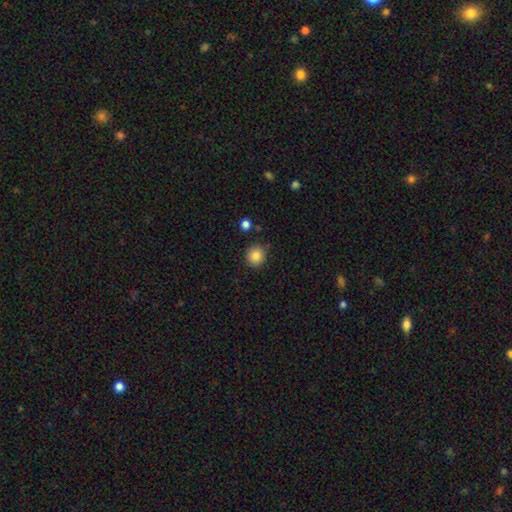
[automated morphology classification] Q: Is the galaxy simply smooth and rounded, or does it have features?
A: smooth — 85%.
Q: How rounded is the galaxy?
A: round — 91%.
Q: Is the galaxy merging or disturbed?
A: none — 87%.